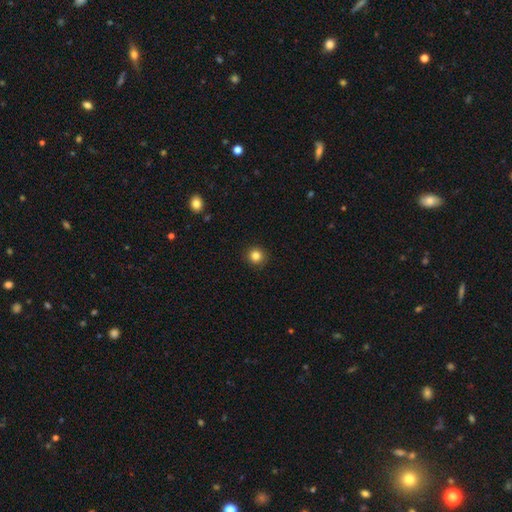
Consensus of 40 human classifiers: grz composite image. It shows a smooth galaxy with no disk features (82%) that is round (97%). Merging: none (89%).